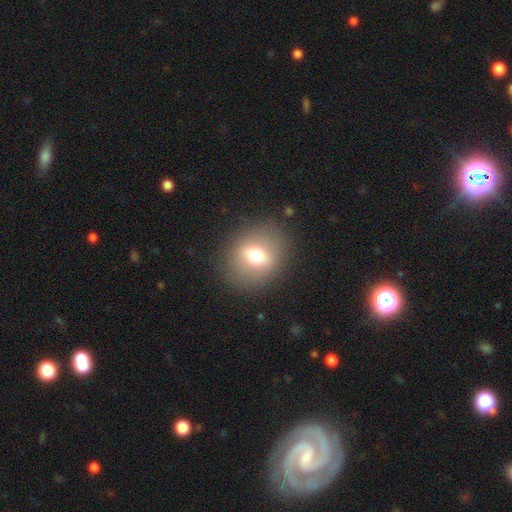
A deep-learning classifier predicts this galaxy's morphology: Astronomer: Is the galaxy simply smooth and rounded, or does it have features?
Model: smooth — 64%.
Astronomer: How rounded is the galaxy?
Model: round — 59% (runner-up: in between, 40%).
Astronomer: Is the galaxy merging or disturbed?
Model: none — 85%.